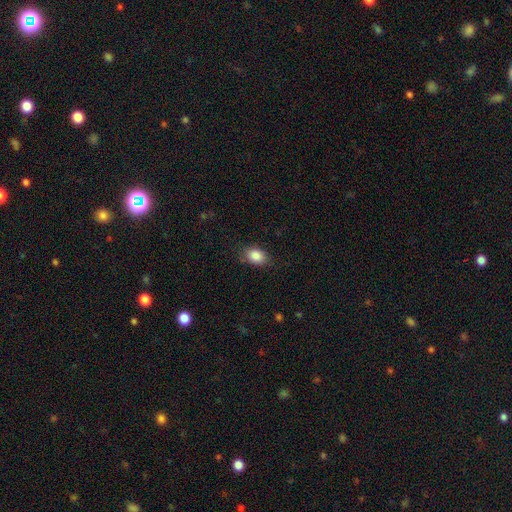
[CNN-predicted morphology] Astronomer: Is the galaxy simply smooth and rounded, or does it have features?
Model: smooth — 86%.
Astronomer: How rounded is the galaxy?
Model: in between — 79%.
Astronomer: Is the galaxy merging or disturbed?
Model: none — 79%.